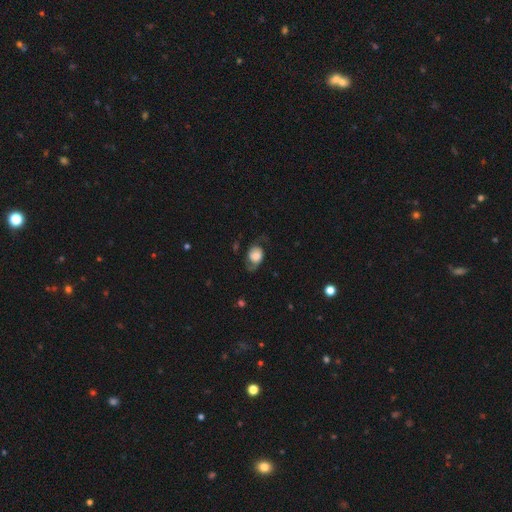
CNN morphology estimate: Q: Smooth or featured?
A: smooth (50%); runner-up: featured or disk (42%)
Q: Merging?
A: none (57%); runner-up: minor disturbance (23%)